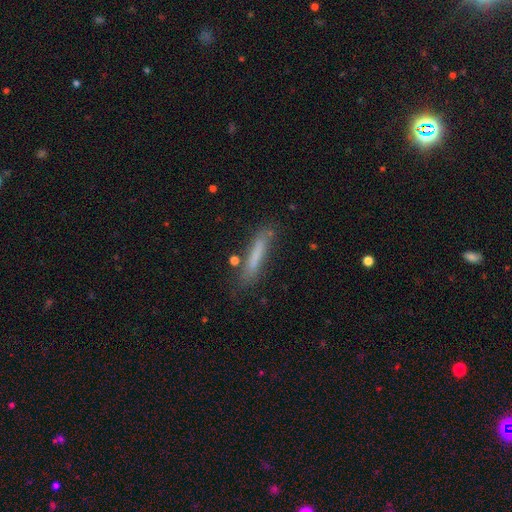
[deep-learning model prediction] Q: Smooth or featured?
A: smooth (70%); runner-up: featured or disk (21%)
Q: How rounded?
A: cigar-shaped (90%); runner-up: in between (8%)
Q: Merging?
A: none (72%); runner-up: minor disturbance (18%)